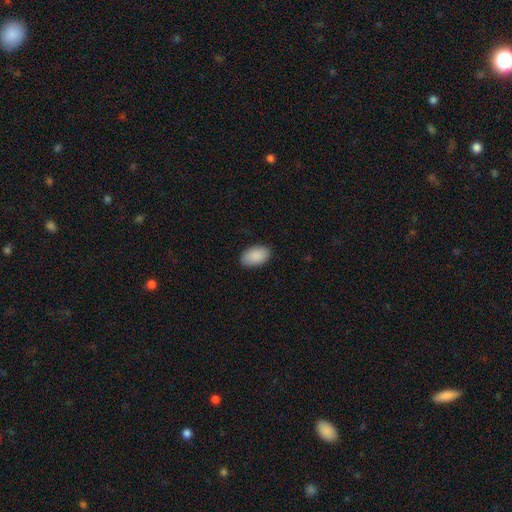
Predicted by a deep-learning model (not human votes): smooth-or-featured: smooth: 90% | star or artifact: 6% | featured or disk: 4%
  how-rounded: in between: 93% | round: 5% | cigar-shaped: 1%
  merging: none: 86% | minor disturbance: 11% | major disturbance: 2% | merger: 1%